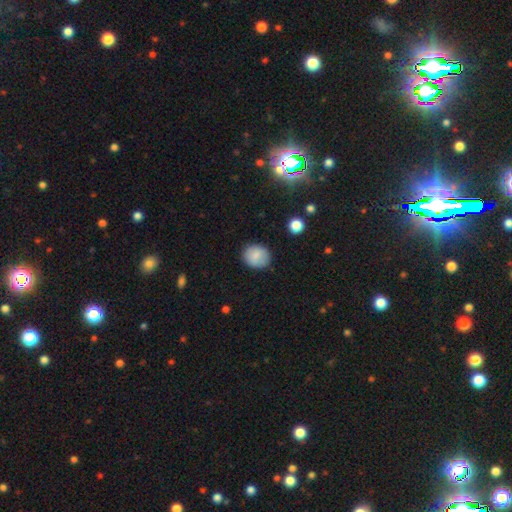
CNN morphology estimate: Smooth or featured? Predicted: smooth (p=0.83). How rounded? Predicted: round (p=0.73). Merging? Predicted: none (p=0.83).